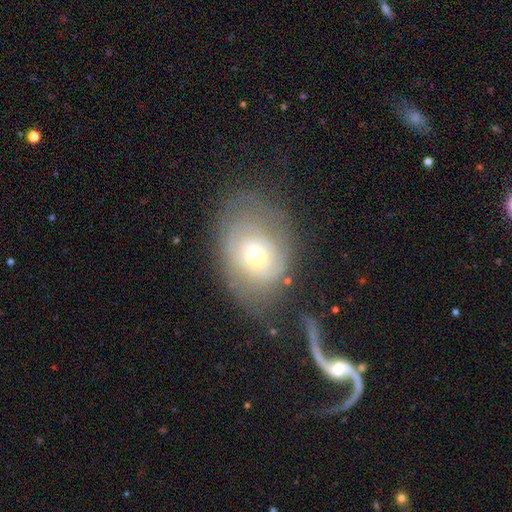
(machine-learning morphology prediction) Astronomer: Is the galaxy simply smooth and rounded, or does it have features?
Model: smooth — 45% (runner-up: featured or disk, 44%).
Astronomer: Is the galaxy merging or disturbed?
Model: none — 50%.